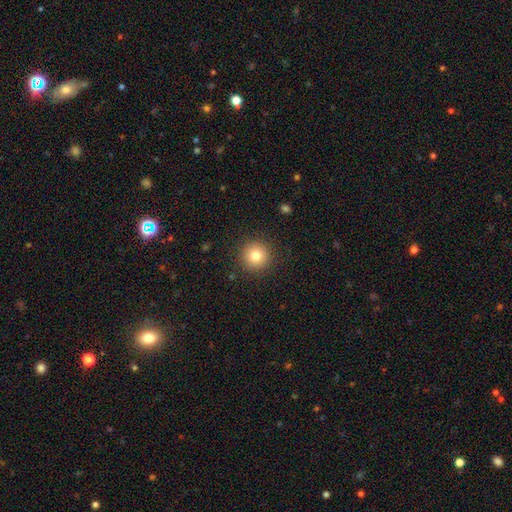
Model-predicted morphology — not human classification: A smooth galaxy with no disk features (80%) that is round (96%). Merging: none (91%).